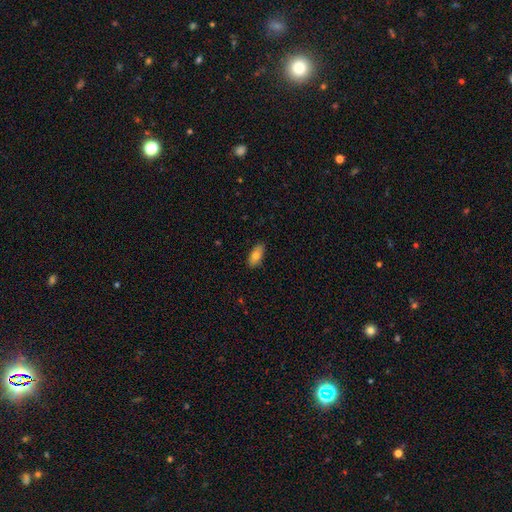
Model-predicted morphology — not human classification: Smooth or featured? smooth (76%)
How rounded? in between (86%)
Merging? none (87%)